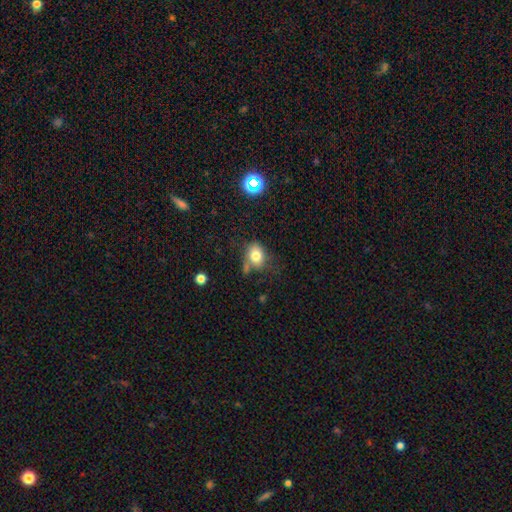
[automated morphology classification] This is likely a smooth galaxy (79%). How rounded: possibly in between (56%). Merging: possibly none (58%).